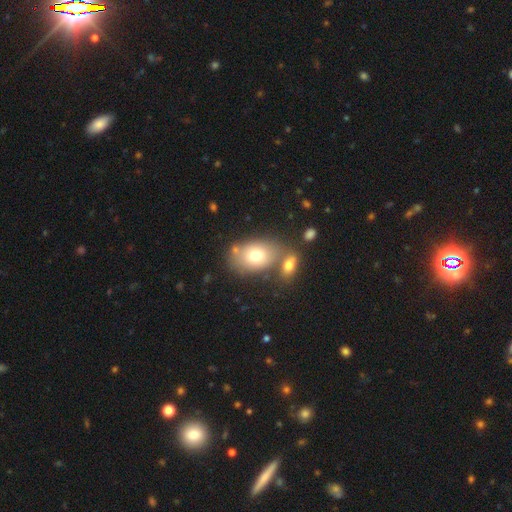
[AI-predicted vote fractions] A smooth galaxy with no disk features (74%) that is in between round and cigar-shaped (82%).

Vote fractions:
- Smooth or featured? smooth: 74% / featured or disk: 18% / star or artifact: 9%
- How rounded? in between: 82% / round: 17% / cigar-shaped: 1%
- Merging? none: 55% / merger: 27% / minor disturbance: 13% / major disturbance: 5%